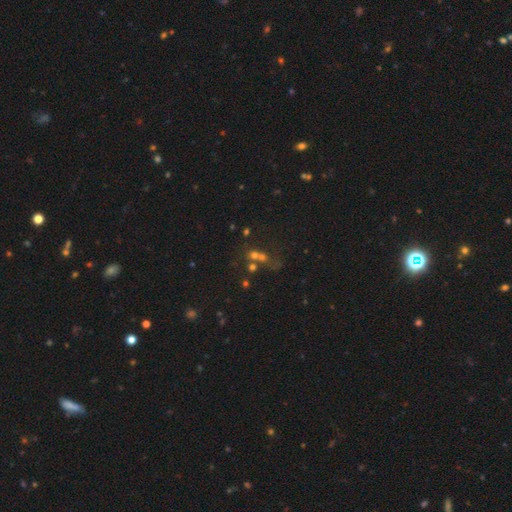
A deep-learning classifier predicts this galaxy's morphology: Q: Smooth or featured?
A: smooth (40%); runner-up: star or artifact (37%)
Q: Merging?
A: merger (47%); runner-up: none (35%)